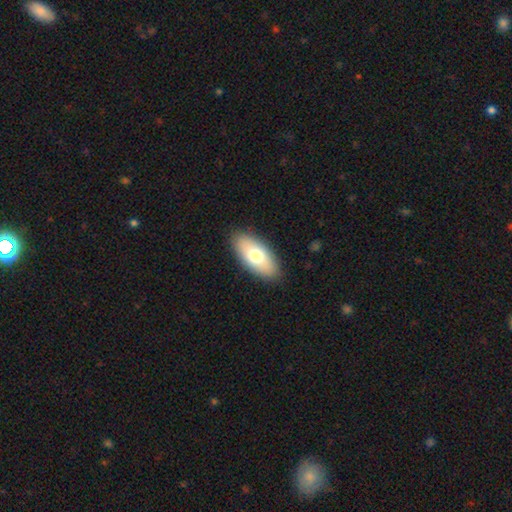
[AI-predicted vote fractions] smooth 71%, featured or disk 23%, star or artifact 6%. Down the decision tree: how rounded — in between (89%); merging — none (88%).